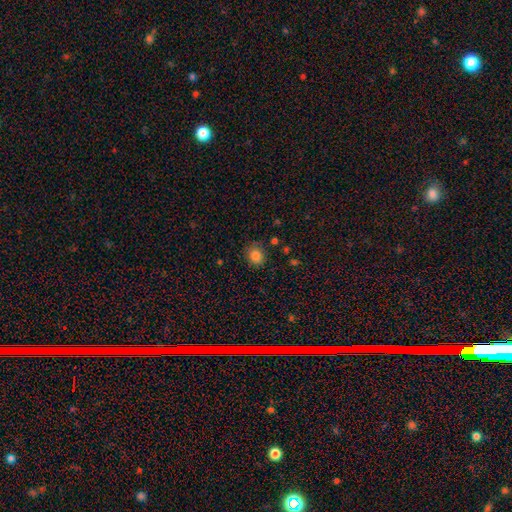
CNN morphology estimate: smooth_or_featured: smooth (p=0.84) [alt: star or artifact p=0.11]
how_rounded: round (p=0.70) [alt: in between p=0.30]
merging: none (p=0.81) [alt: minor disturbance p=0.14]